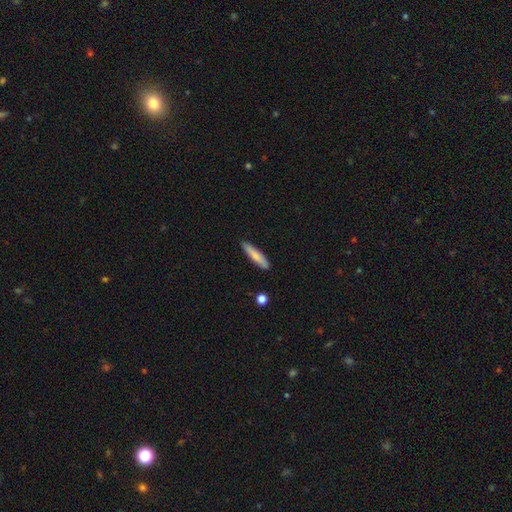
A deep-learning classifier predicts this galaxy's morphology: Smooth or featured? Predicted: smooth (p=0.78). How rounded? Predicted: cigar-shaped (p=0.85). Merging? Predicted: none (p=0.86).